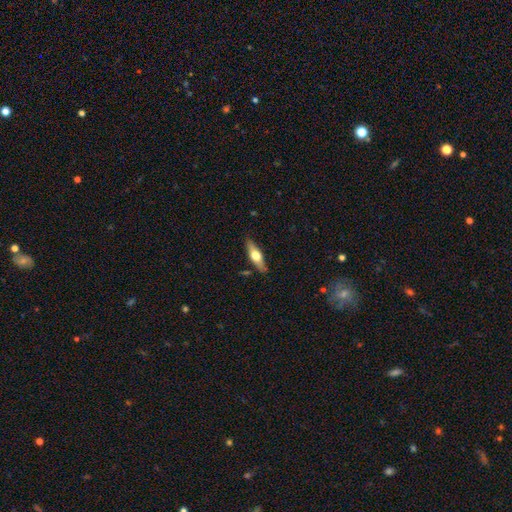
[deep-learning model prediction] A smooth galaxy with no disk features (47%, tied with featured or disk). Merging: none (84%).